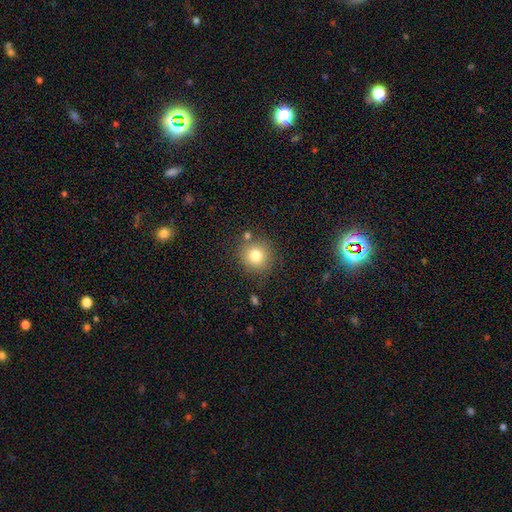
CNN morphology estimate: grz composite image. It shows a smooth galaxy with no disk features (78%) that is round (92%). Merging: none (80%).